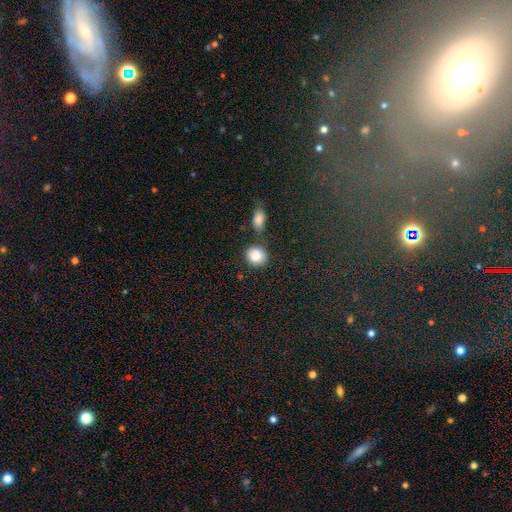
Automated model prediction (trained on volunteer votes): Smooth or featured: smooth — 86% (star or artifact — 8%)
How rounded: round — 79% (in between — 20%)
Merging: none — 73% (merger — 12%)